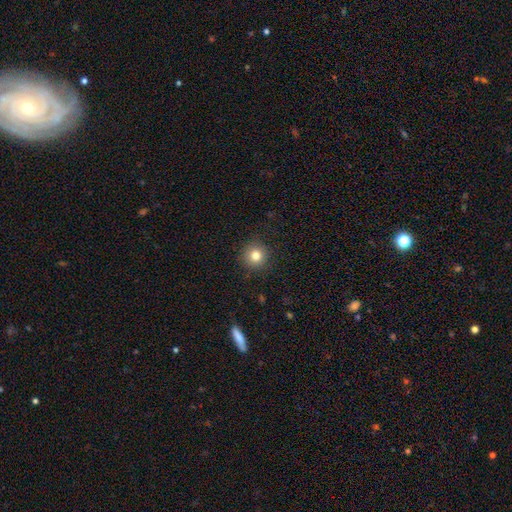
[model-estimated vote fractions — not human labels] Smooth or featured? smooth (81%)
How rounded? round (94%)
Merging? none (90%)